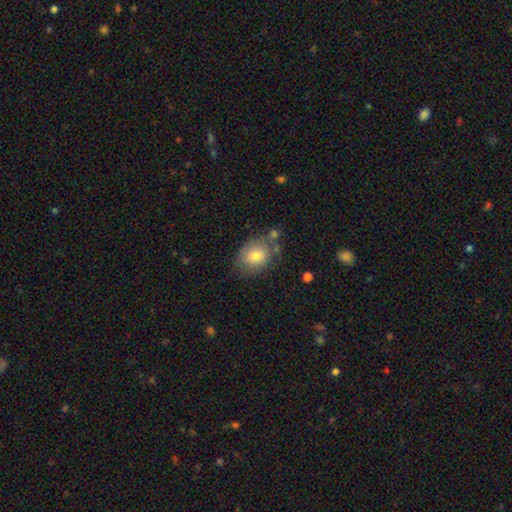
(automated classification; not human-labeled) Overall: smooth (78%). How rounded: in between (55%; round 44%). Merging: none (67%).